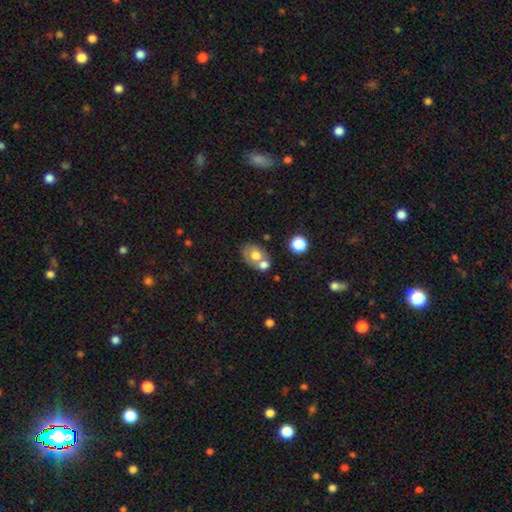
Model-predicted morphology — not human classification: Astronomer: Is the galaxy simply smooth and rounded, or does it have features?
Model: smooth — 62%.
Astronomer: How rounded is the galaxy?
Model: in between — 66%.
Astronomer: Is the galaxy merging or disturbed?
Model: merger — 43% (runner-up: none, 38%).